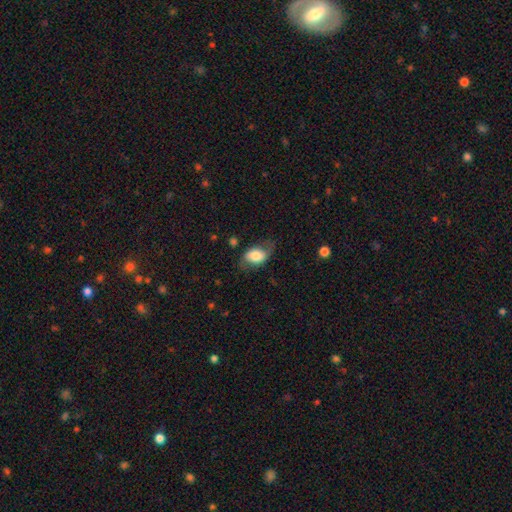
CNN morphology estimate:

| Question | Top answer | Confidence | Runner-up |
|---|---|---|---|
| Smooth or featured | smooth | 61% | featured or disk (31%) |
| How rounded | in between | 83% | round (15%) |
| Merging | none | 60% | minor disturbance (25%) |